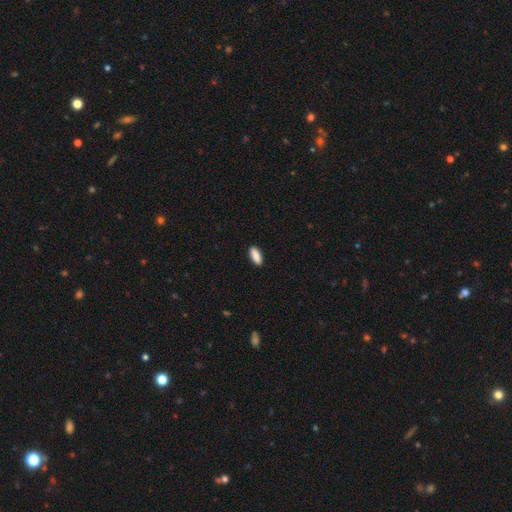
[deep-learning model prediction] Morphology: type=smooth (89%); roundness=in between (73%); merging=none (89%).